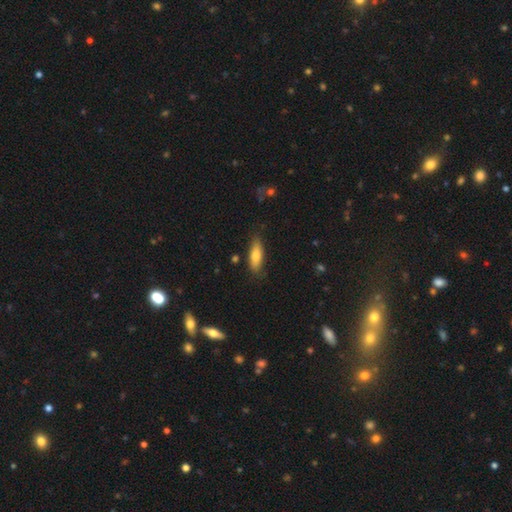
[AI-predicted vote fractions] A smooth galaxy with no disk features (77%) that is in between round and cigar-shaped (55%).

Vote fractions:
- Smooth or featured? smooth: 77% / featured or disk: 17% / star or artifact: 6%
- How rounded? in between: 55% / cigar-shaped: 43% / round: 2%
- Merging? none: 78% / minor disturbance: 16% / major disturbance: 3% / merger: 2%